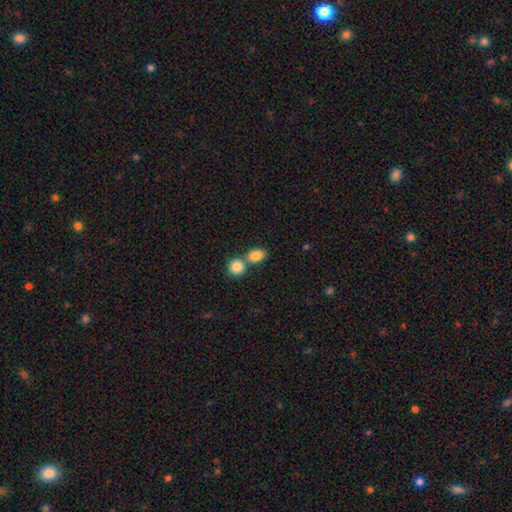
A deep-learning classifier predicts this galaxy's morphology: Smooth or featured?
  - smooth: 84% *
  - star or artifact: 9%
  - featured or disk: 7%
How rounded?
  - in between: 66% *
  - round: 32%
  - cigar-shaped: 2%
Merging?
  - none: 46% *
  - merger: 43%
  - minor disturbance: 8%
  - major disturbance: 3%